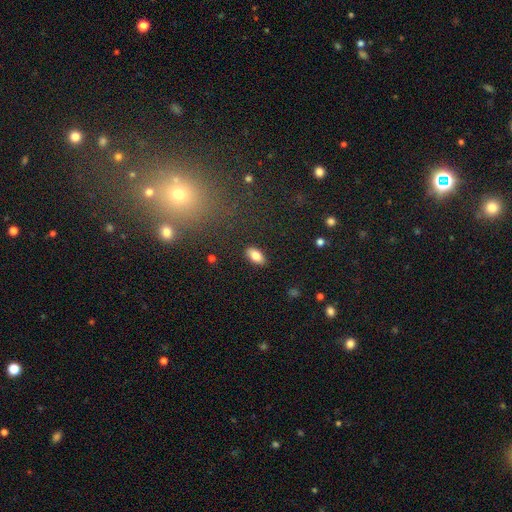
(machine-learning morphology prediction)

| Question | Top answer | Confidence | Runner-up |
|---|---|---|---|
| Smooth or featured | smooth | 82% | featured or disk (11%) |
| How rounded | in between | 92% | cigar-shaped (4%) |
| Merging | none | 88% | minor disturbance (9%) |